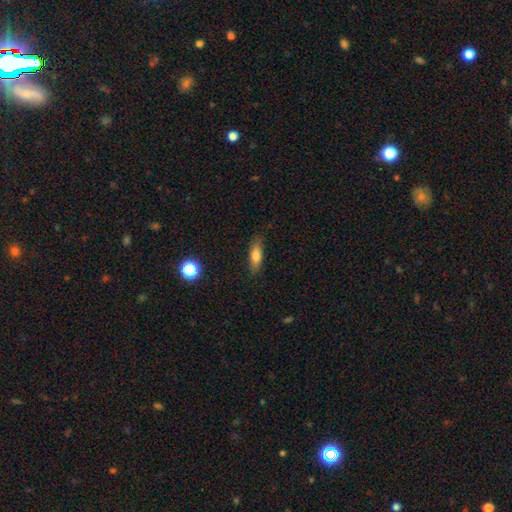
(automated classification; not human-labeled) smooth 76%, featured or disk 15%, star or artifact 9%. Down the decision tree: how rounded — in between (60%); merging — none (81%).